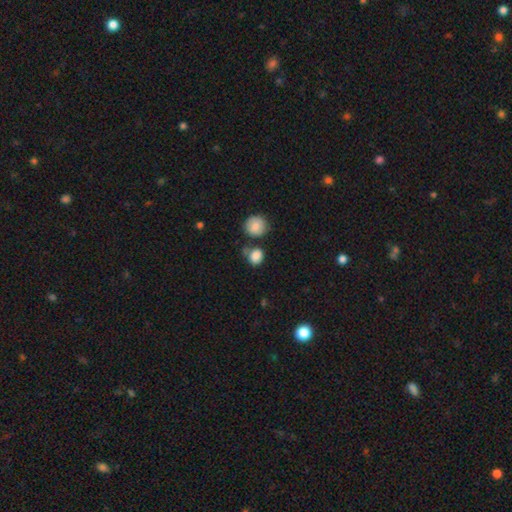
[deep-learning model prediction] Smooth or featured?
  - smooth: 85% *
  - star or artifact: 9%
  - featured or disk: 6%
How rounded?
  - round: 66% *
  - in between: 33%
  - cigar-shaped: 1%
Merging?
  - none: 55% *
  - merger: 21%
  - minor disturbance: 18%
  - major disturbance: 7%